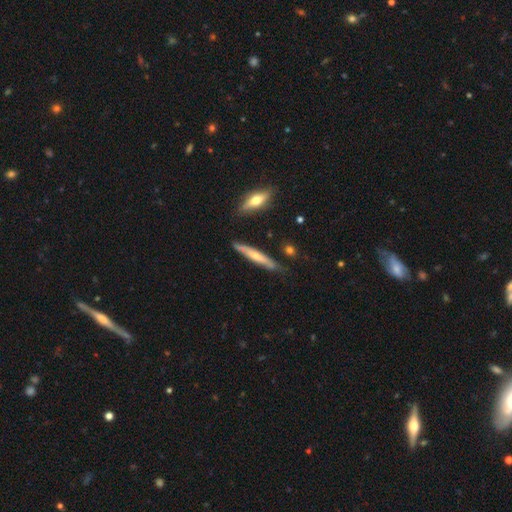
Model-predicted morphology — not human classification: This is possibly a smooth galaxy (49%). Merging: likely none (76%).